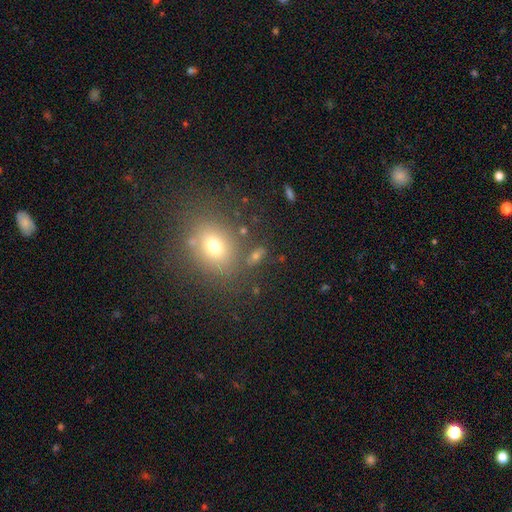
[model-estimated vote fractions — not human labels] A smooth galaxy with no disk features (64%) that is in between round and cigar-shaped (62%).

Vote fractions:
- Smooth or featured? smooth: 64% / star or artifact: 21% / featured or disk: 15%
- How rounded? in between: 62% / round: 33% / cigar-shaped: 5%
- Merging? none: 74% / minor disturbance: 12% / merger: 10% / major disturbance: 5%